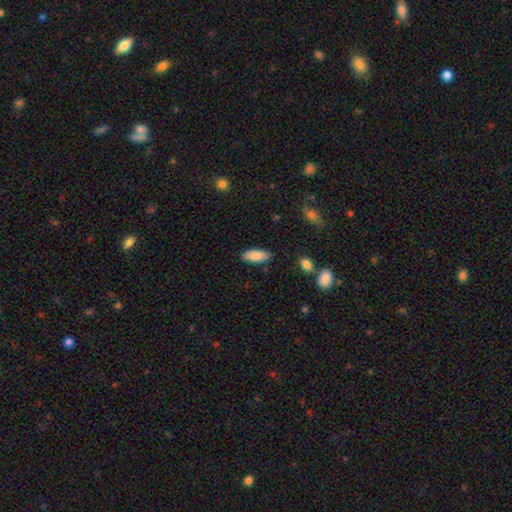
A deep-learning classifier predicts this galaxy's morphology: This is clearly a smooth galaxy (86%). How rounded: likely in between (78%). Merging: clearly none (86%).